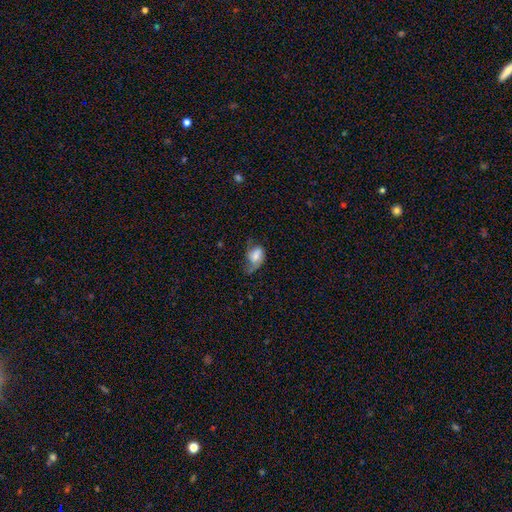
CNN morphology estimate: Overall: smooth (56%; featured or disk 36%). How rounded: in between (84%). Merging: none (35%; minor disturbance 33%).